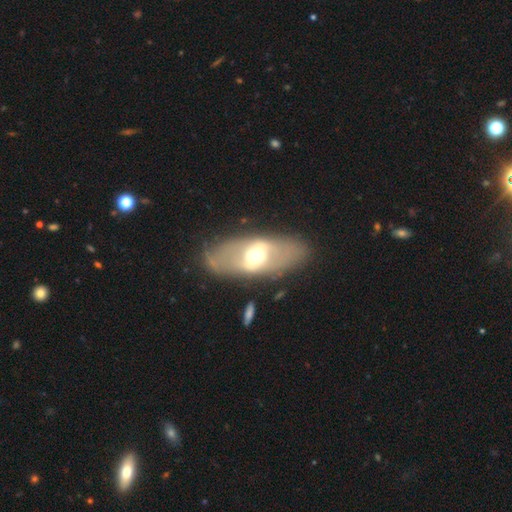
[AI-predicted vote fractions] smooth_or_featured: featured or disk (p=0.62) [alt: smooth p=0.32]
disk_edge_on: no (p=0.80) [alt: yes p=0.20]
merging: none (p=0.76) [alt: minor disturbance p=0.13]